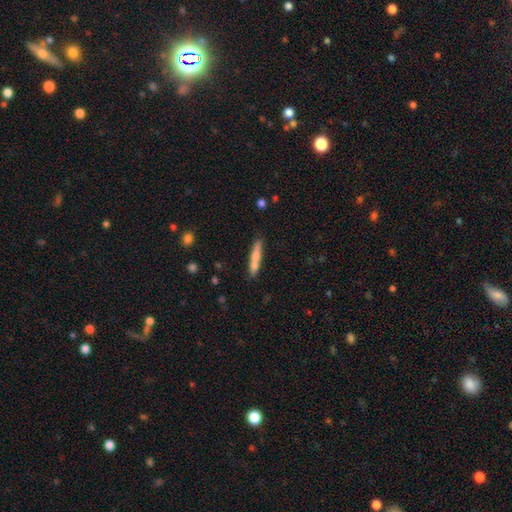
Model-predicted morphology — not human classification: smooth 65%, featured or disk 28%, star or artifact 7%. Down the decision tree: how rounded — cigar-shaped (88%); merging — none (65%).